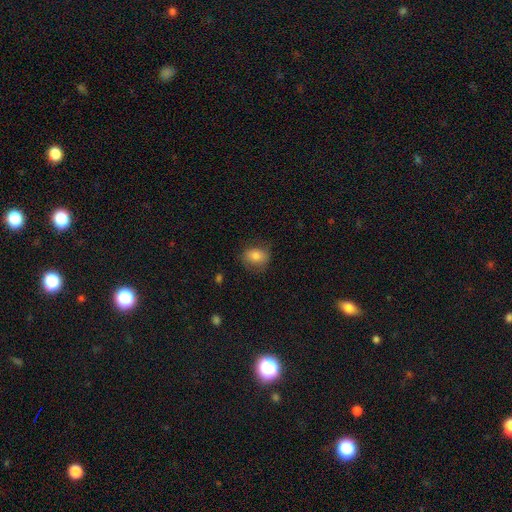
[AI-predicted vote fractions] Smooth or featured? Predicted: smooth (p=0.79). How rounded? Predicted: in between (p=0.50). Merging? Predicted: none (p=0.73).